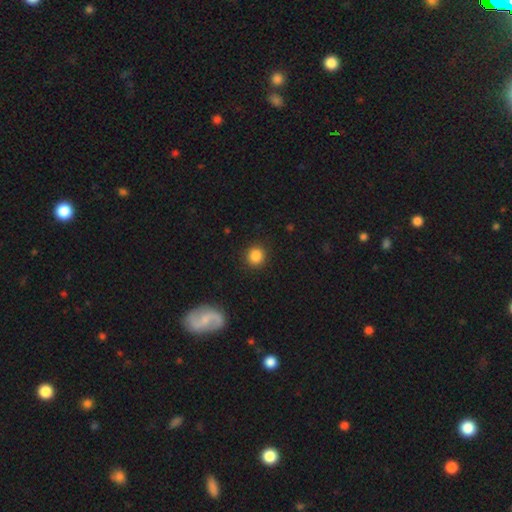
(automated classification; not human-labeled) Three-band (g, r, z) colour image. It shows a smooth galaxy with no disk features (85%) that is round (92%). Merging: none (91%).